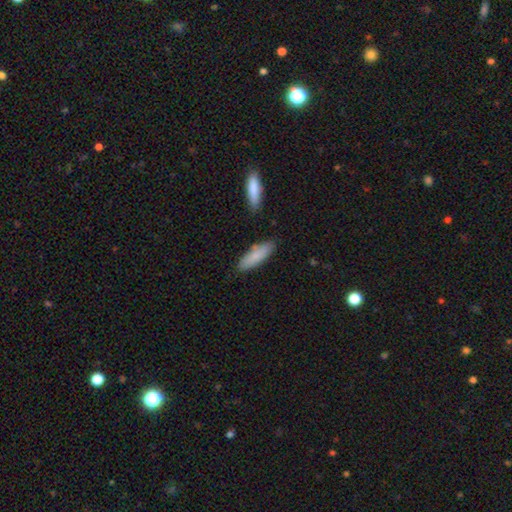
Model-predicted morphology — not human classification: smooth 82%, featured or disk 12%, star or artifact 6%. Down the decision tree: how rounded — cigar-shaped (51%); merging — none (82%).